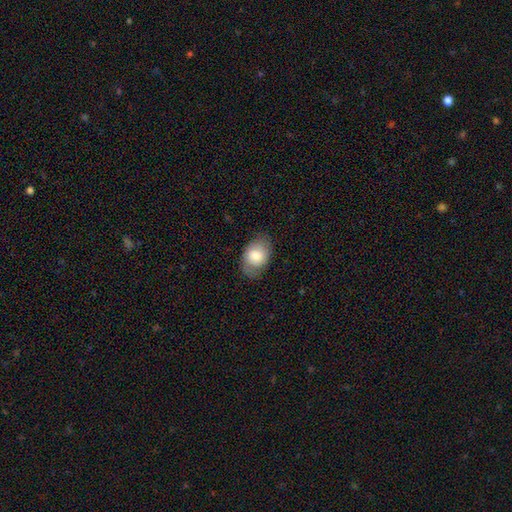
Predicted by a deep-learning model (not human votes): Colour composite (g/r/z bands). It shows a smooth galaxy with no disk features (71%) that is in between round and cigar-shaped (80%). Merging: none (73%).